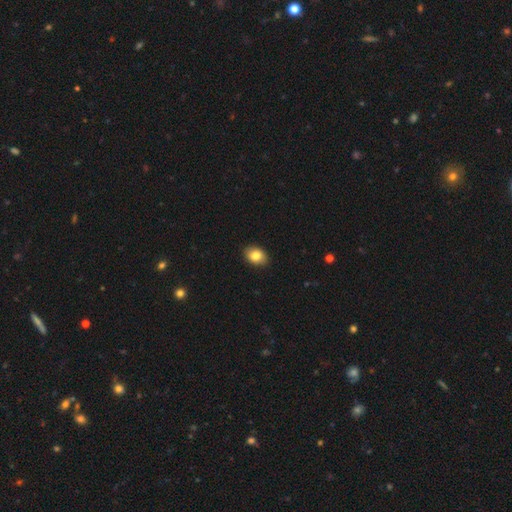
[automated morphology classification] Smooth or featured?
  - smooth: 82% *
  - featured or disk: 9%
  - star or artifact: 8%
How rounded?
  - in between: 74% *
  - round: 25%
  - cigar-shaped: 1%
Merging?
  - none: 89% *
  - minor disturbance: 8%
  - major disturbance: 2%
  - merger: 1%